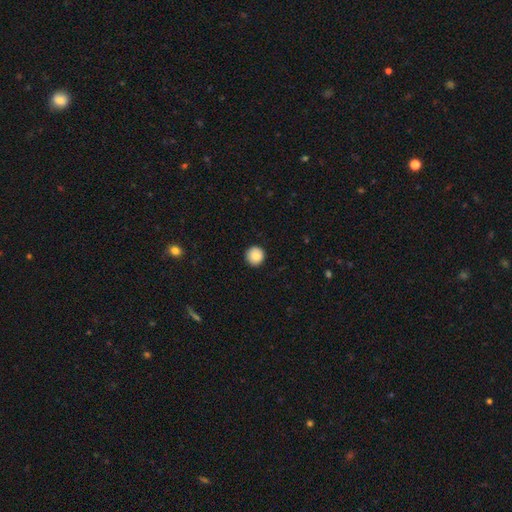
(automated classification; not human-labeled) smooth 85%, star or artifact 8%, featured or disk 7%. Down the decision tree: how rounded — round (95%); merging — none (90%).